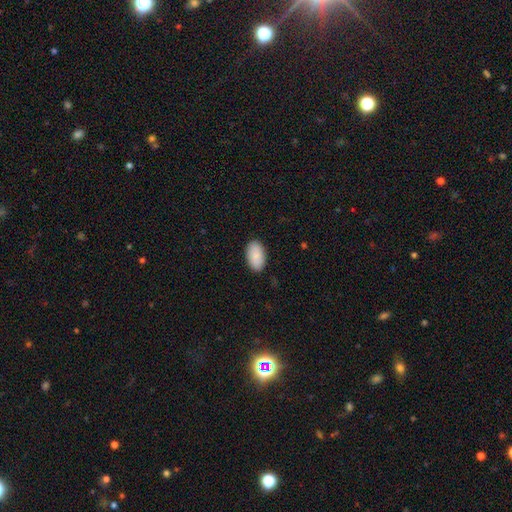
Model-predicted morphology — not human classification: Smooth or featured? smooth (88%)
How rounded? in between (95%)
Merging? none (89%)